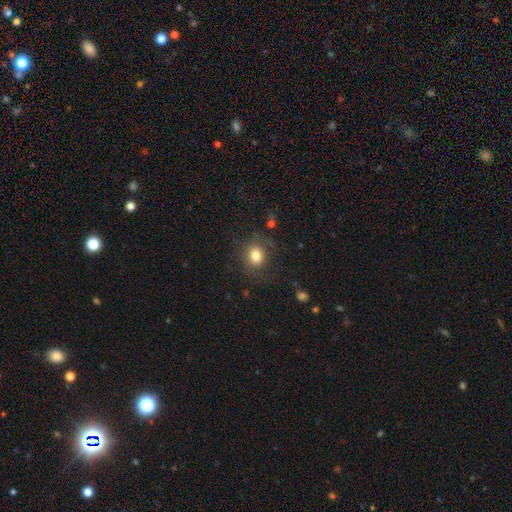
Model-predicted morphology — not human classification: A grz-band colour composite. It shows a smooth galaxy with no disk features (81%) that is round (72%). Merging: none (81%).